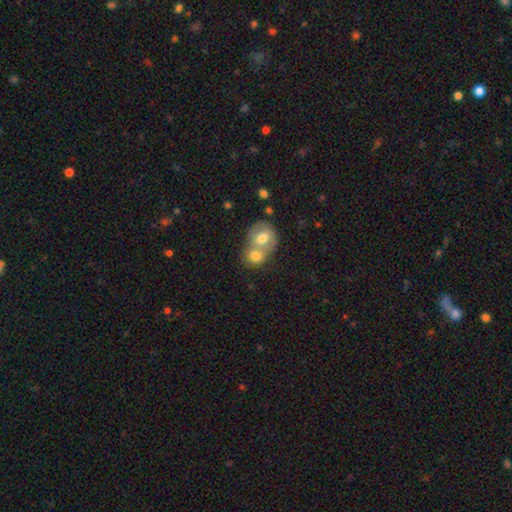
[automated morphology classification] A smooth galaxy with no disk features (71%) that is round (66%). Merging: merger (70%).